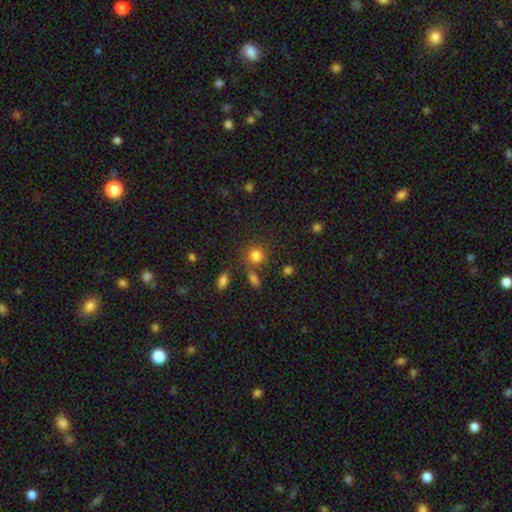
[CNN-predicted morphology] Smooth or featured: smooth — 81% (star or artifact — 13%)
How rounded: round — 84% (in between — 15%)
Merging: none — 72% (merger — 12%)